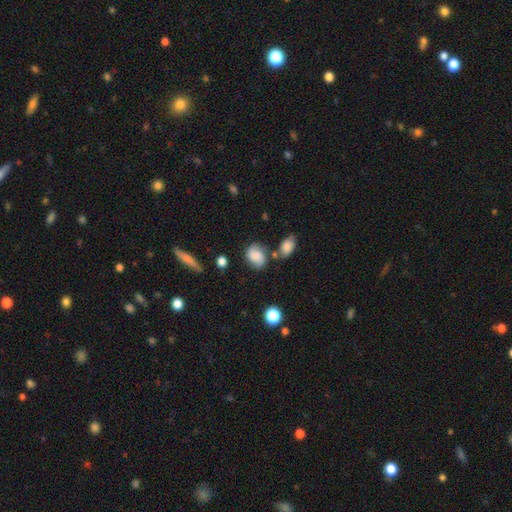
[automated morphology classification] The model was most divided on "smooth or featured": smooth: 48%, featured or disk: 42%, star or artifact: 10%. More confident: merging — none (61%).